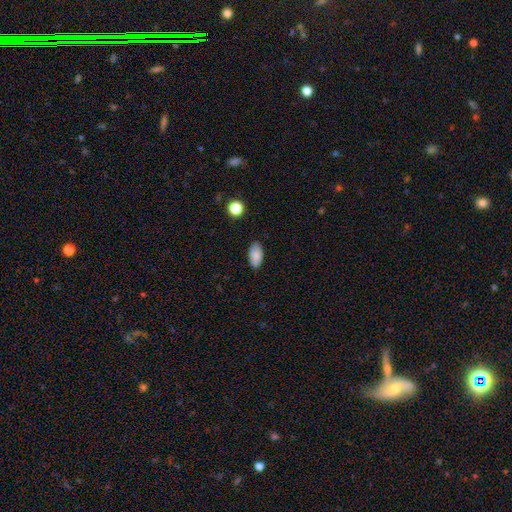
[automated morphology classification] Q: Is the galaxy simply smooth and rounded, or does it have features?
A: smooth — 86%.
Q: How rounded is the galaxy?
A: in between — 94%.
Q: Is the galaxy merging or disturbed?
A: none — 83%.